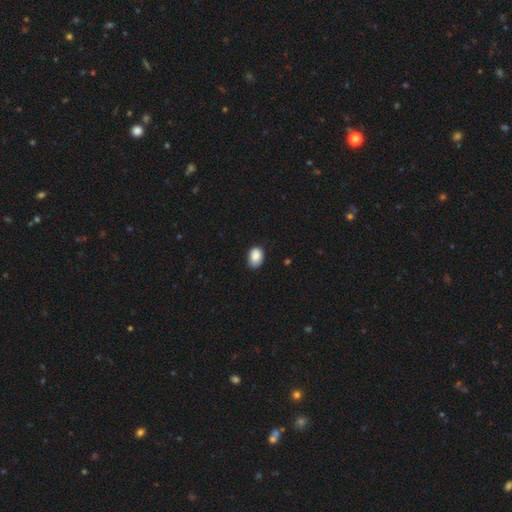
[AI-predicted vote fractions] Smooth or featured? smooth (87%)
How rounded? in between (79%)
Merging? none (69%)